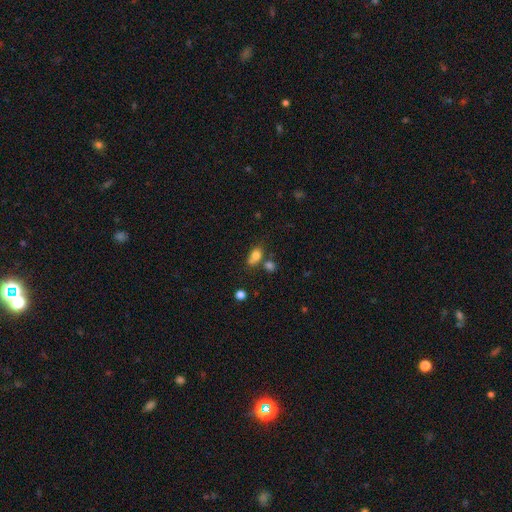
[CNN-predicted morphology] Smooth or featured? smooth (79%)
How rounded? in between (70%)
Merging? none (47%)